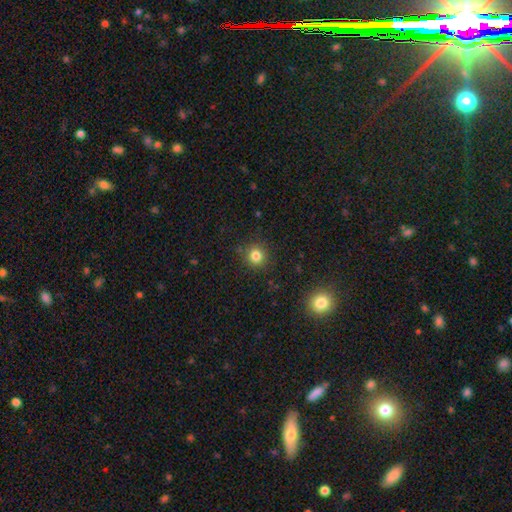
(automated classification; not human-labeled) smooth 81%, star or artifact 13%, featured or disk 6%. Down the decision tree: how rounded — round (91%); merging — none (88%).